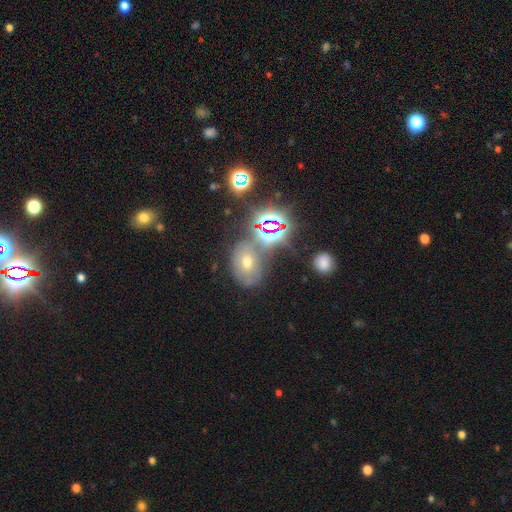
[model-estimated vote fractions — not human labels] Smooth or featured: star or artifact — 50% (smooth — 28%)